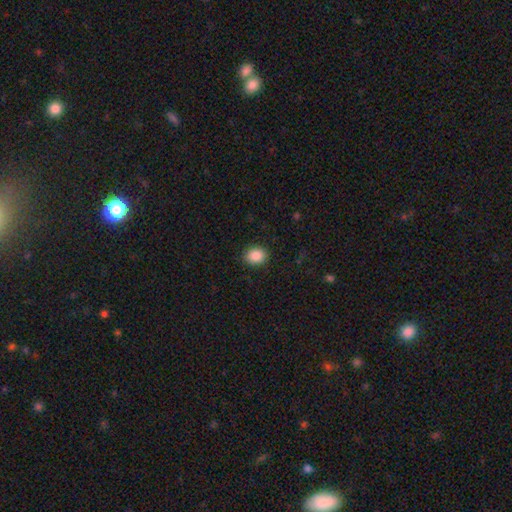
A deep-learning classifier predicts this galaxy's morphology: A smooth galaxy with no disk features (88%) that is round (58%). Merging: none (89%).